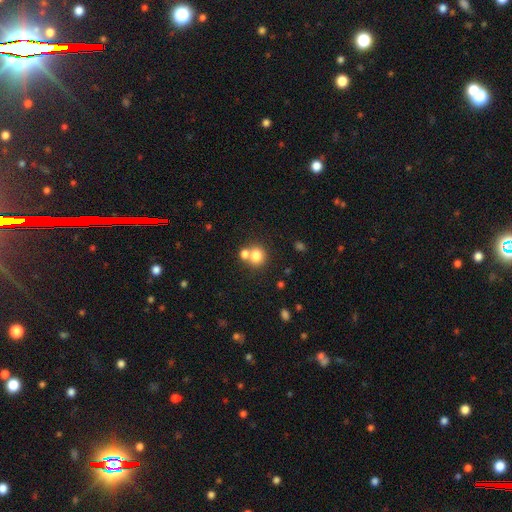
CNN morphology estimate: This appears to be a smooth galaxy with no disk features (79%) that is round (83%). Merging: none (53%).